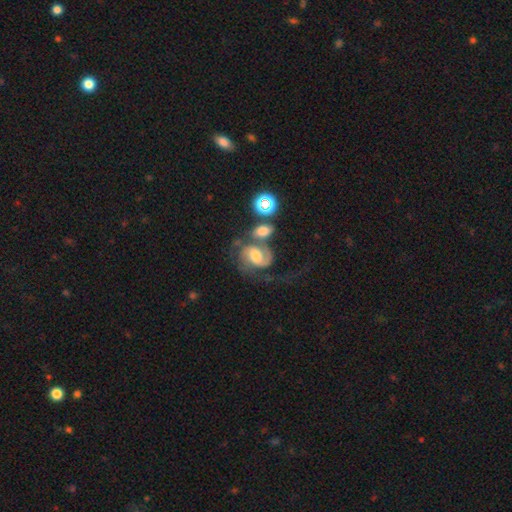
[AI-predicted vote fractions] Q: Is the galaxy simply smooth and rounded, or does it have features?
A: featured or disk — 74%.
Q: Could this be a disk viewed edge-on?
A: no — 97%.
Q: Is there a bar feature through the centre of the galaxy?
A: no — 43%, tied with weak.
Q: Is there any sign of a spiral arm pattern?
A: yes — 93%.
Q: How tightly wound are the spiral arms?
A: medium — 48%.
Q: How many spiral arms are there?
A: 2 — 70%.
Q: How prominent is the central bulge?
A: moderate — 61%.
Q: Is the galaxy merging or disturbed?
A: merger — 34%.